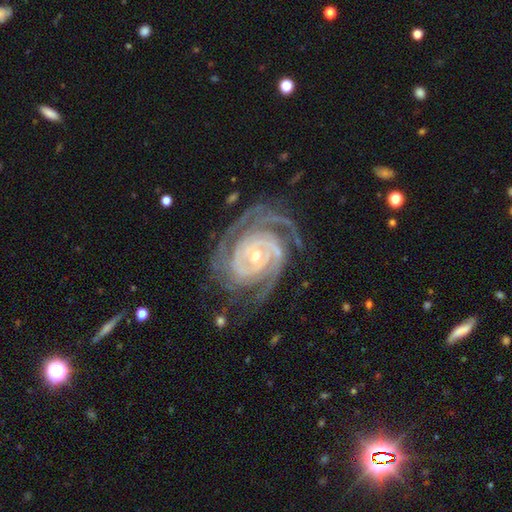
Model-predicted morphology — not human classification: type=featured or disk (92%); edge-on=no (97%); bar=no (63%); spiral arms=yes (99%); winding=tight (79%); arm count=3 (28%); bulge=small (62%); merging=none (71%).